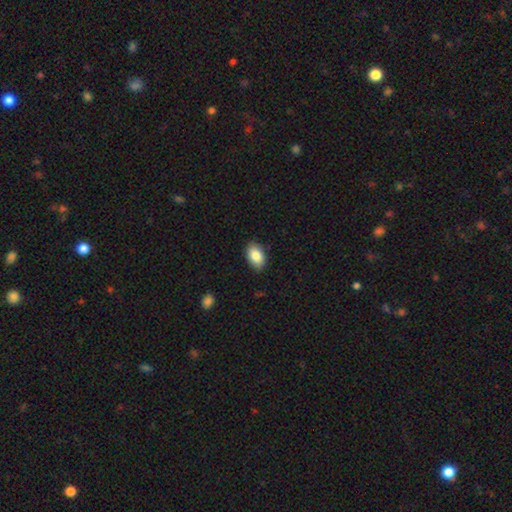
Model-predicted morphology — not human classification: Q: Smooth or featured?
A: smooth (85%); runner-up: featured or disk (8%)
Q: How rounded?
A: in between (89%); runner-up: round (10%)
Q: Merging?
A: none (85%); runner-up: minor disturbance (12%)